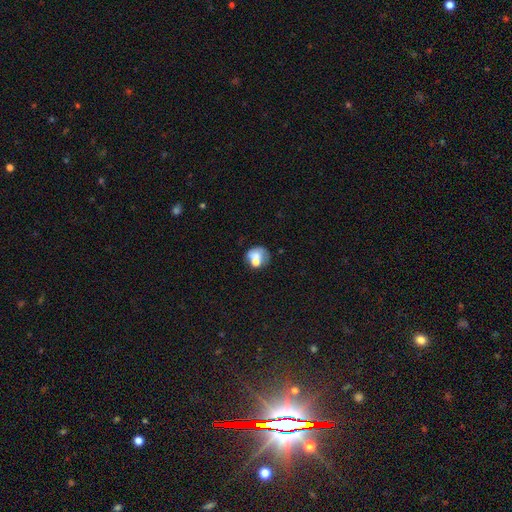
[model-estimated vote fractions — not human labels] Overall: smooth (61%; featured or disk 29%). How rounded: round (70%; in between 30%). Merging: none (35%, tied with merger).